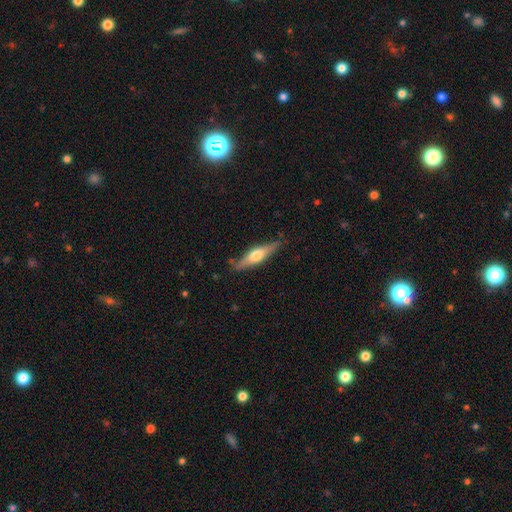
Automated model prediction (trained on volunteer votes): Q: Smooth or featured?
A: featured or disk (55%); runner-up: smooth (40%)
Q: Edge-on disk?
A: yes (93%); runner-up: no (7%)
Q: Edge-on bulge?
A: rounded (91%); runner-up: boxy (6%)
Q: Merging?
A: none (81%); runner-up: minor disturbance (14%)